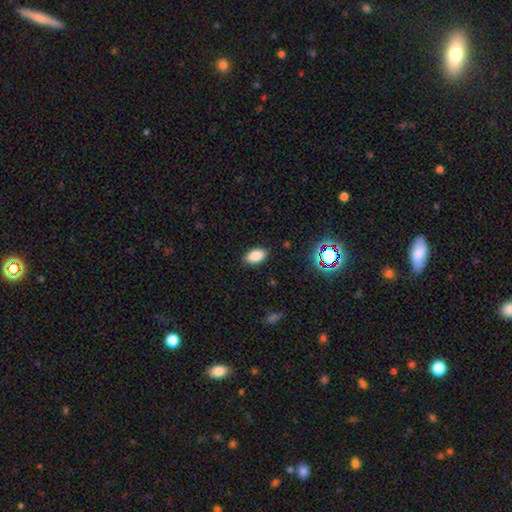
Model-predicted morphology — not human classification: A smooth galaxy with no disk features (84%) that is in between round and cigar-shaped (92%). Merging: none (87%).